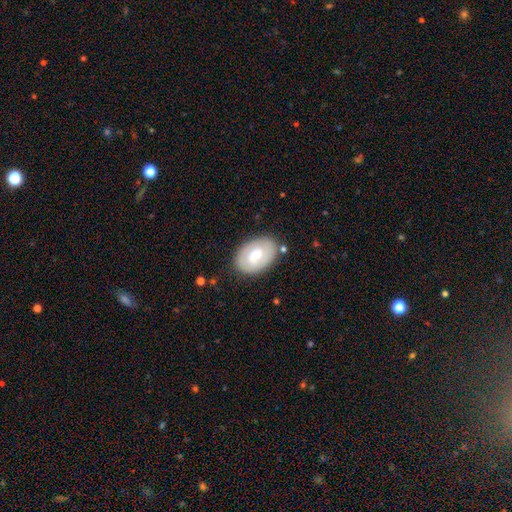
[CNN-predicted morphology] smooth_or_featured: smooth (p=0.52) [alt: featured or disk p=0.42]
how_rounded: in between (p=0.86) [alt: round p=0.13]
merging: none (p=0.81) [alt: minor disturbance p=0.13]